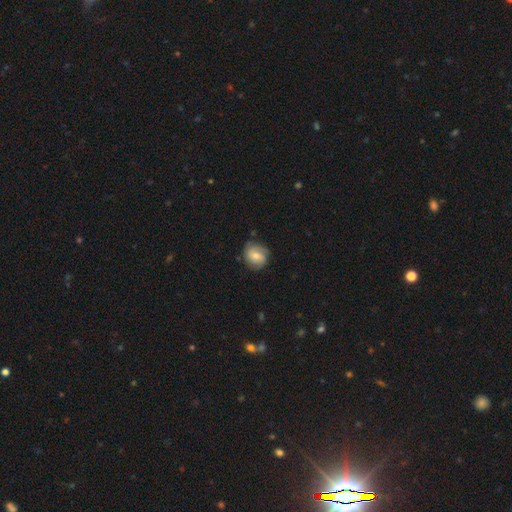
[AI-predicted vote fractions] Smooth or featured?
  - featured or disk: 50% *
  - smooth: 43%
  - star or artifact: 7%
Merging?
  - none: 70% *
  - minor disturbance: 22%
  - major disturbance: 6%
  - merger: 2%